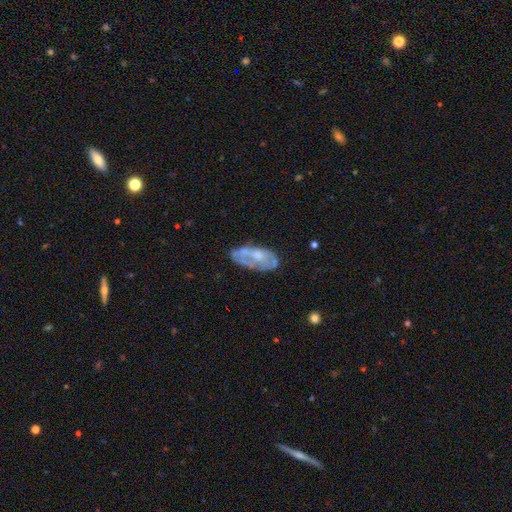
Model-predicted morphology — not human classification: smooth_or_featured: featured or disk (p=0.56) [alt: smooth p=0.37]
disk_edge_on: no (p=0.91) [alt: yes p=0.09]
bar: no (p=0.80) [alt: weak p=0.16]
has_spiral_arms: no (p=0.75) [alt: yes p=0.25]
bulge_size: moderate (p=0.44) [alt: small p=0.33]
merging: none (p=0.52) [alt: minor disturbance p=0.27]